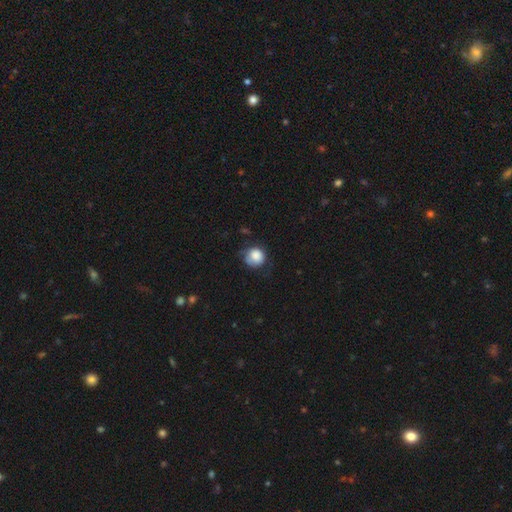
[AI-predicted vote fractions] Smooth or featured?
  - smooth: 83% *
  - featured or disk: 9%
  - star or artifact: 8%
How rounded?
  - round: 85% *
  - in between: 15%
  - cigar-shaped: 1%
Merging?
  - none: 52% *
  - minor disturbance: 32%
  - major disturbance: 14%
  - merger: 2%